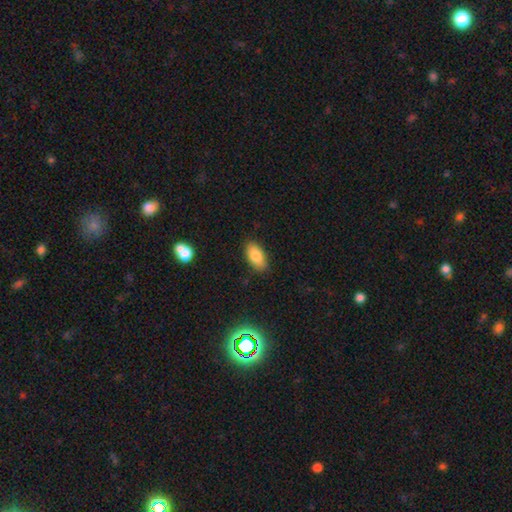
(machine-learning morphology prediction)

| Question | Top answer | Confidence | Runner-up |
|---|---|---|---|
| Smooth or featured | smooth | 84% | featured or disk (8%) |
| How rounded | in between | 91% | cigar-shaped (6%) |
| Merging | none | 86% | minor disturbance (10%) |